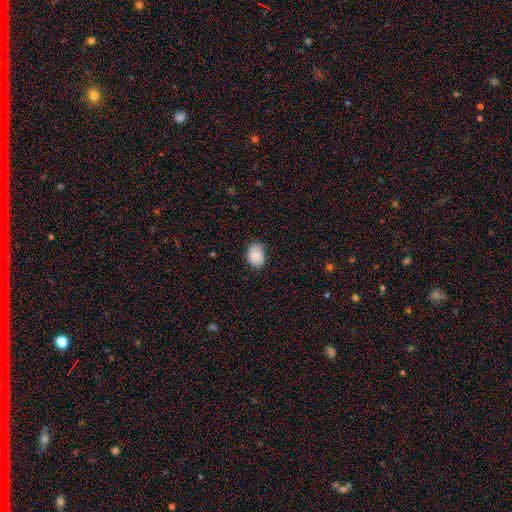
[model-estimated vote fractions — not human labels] Smooth or featured: smooth — 87% (star or artifact — 7%)
How rounded: in between — 68% (round — 31%)
Merging: none — 74% (minor disturbance — 21%)